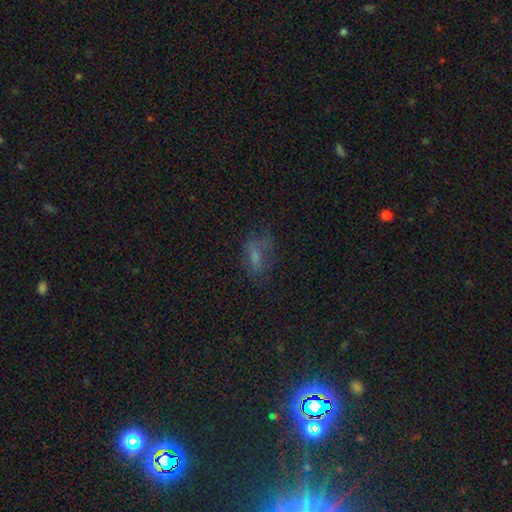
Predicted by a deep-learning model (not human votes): A smooth galaxy with no disk features (54%) that is in between round and cigar-shaped (79%).

Vote fractions:
- Smooth or featured? smooth: 54% / featured or disk: 23% / star or artifact: 23%
- How rounded? in between: 79% / round: 12% / cigar-shaped: 9%
- Merging? none: 51% / minor disturbance: 24% / major disturbance: 22% / merger: 3%